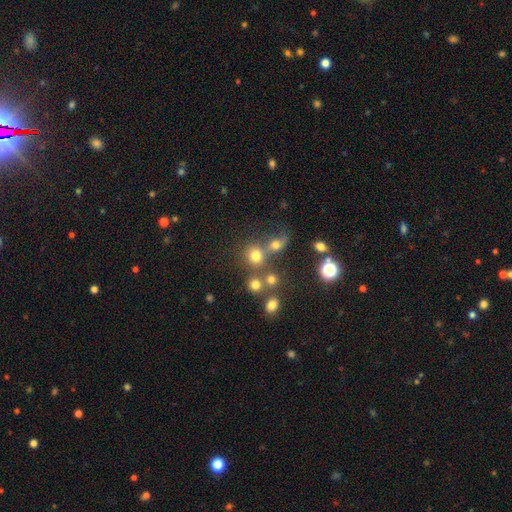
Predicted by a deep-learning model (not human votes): This appears to be a smooth galaxy with no disk features (72%) that is round (82%). Merging: none (57%).